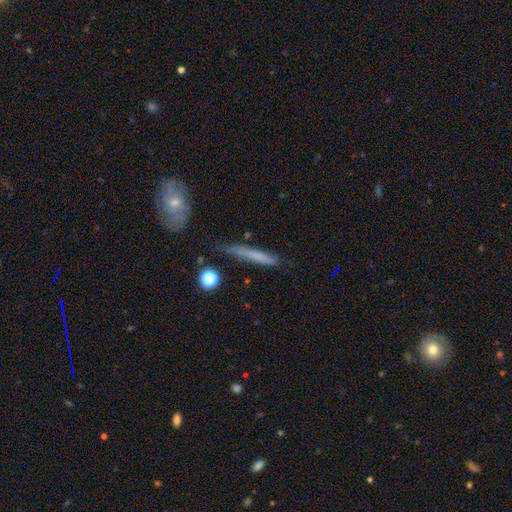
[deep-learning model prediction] A smooth galaxy with no disk features (61%) that is cigar-shaped (92%). Merging: none (66%).